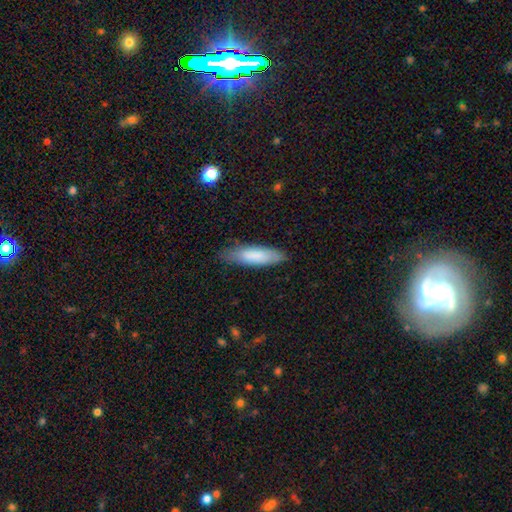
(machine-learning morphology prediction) This appears to be a smooth galaxy with no disk features (82%) that is cigar-shaped (59%). Merging: none (79%).